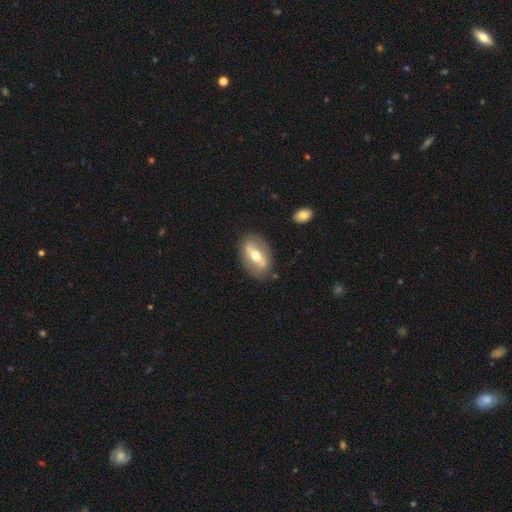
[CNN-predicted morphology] type=featured or disk (55%); edge-on=no (78%); merging=none (82%).